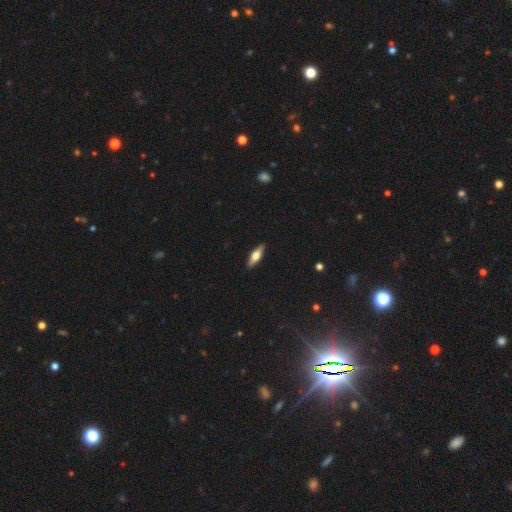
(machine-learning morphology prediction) This appears to be a smooth galaxy with no disk features (53%) that is cigar-shaped (50%). Merging: none (90%).